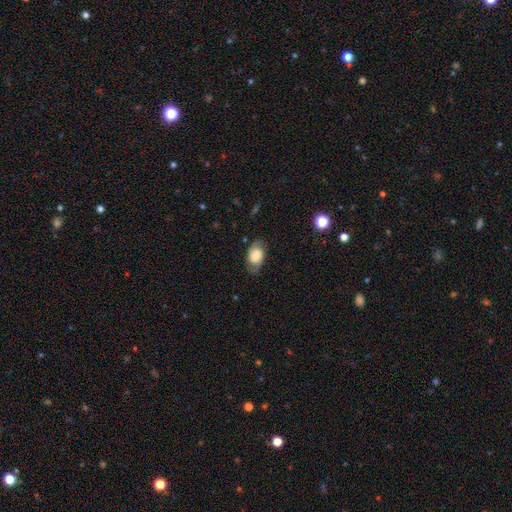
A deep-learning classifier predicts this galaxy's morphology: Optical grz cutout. It shows a smooth galaxy with no disk features (48%). Merging: none (74%).